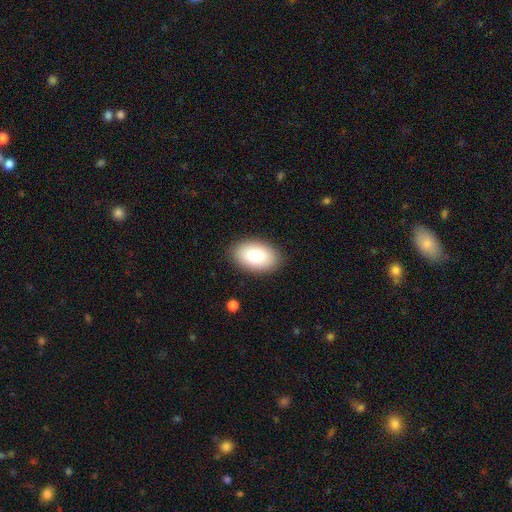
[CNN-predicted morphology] Smooth or featured: smooth — 83% (featured or disk — 10%)
How rounded: in between — 92% (round — 6%)
Merging: none — 88% (minor disturbance — 8%)